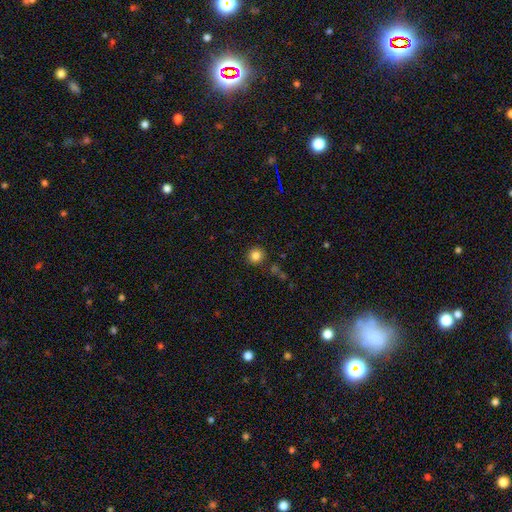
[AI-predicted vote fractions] A smooth galaxy with no disk features (83%) that is round (92%). Merging: none (89%).